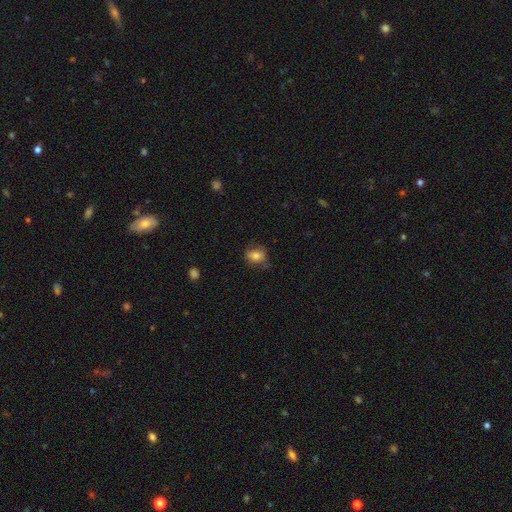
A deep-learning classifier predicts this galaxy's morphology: smooth 72%, featured or disk 18%, star or artifact 10%. Down the decision tree: how rounded — round (56%); merging — none (64%).